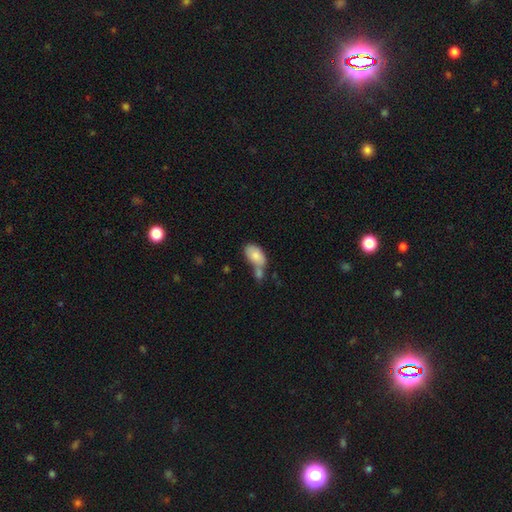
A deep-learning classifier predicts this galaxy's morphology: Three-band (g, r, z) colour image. It shows a smooth galaxy with no disk features (81%) that is in between round and cigar-shaped (93%). Merging: merger (46%).